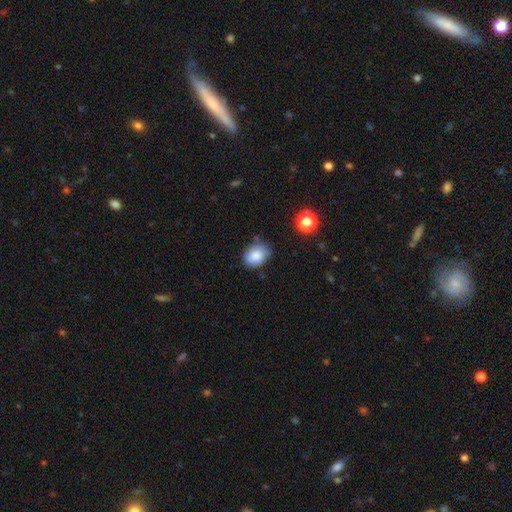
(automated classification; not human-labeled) This appears to be a smooth galaxy with no disk features (84%) that is in between round and cigar-shaped (69%). Merging: none (72%).